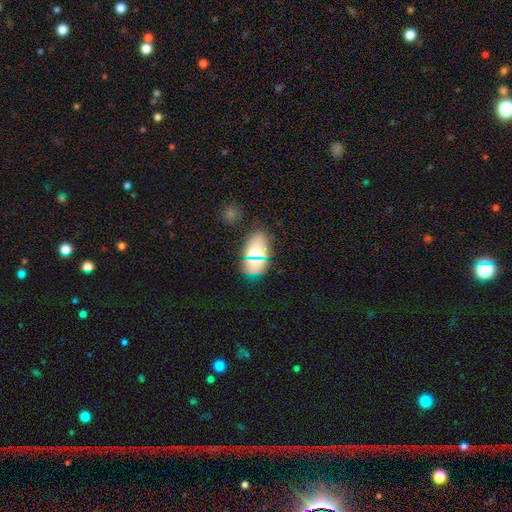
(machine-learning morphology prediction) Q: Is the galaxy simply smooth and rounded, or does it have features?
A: smooth — 67%.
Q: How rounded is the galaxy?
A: in between — 87%.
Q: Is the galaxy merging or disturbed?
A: none — 83%.